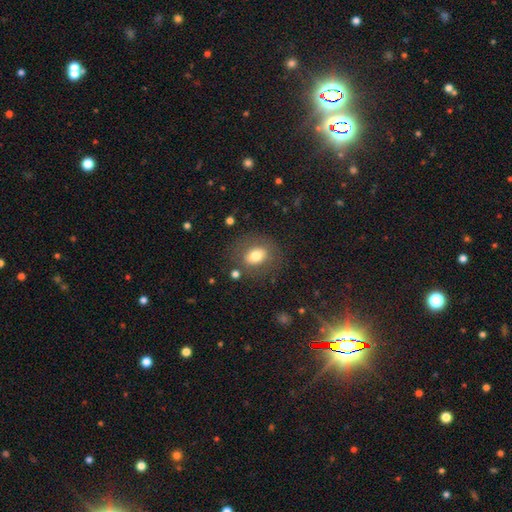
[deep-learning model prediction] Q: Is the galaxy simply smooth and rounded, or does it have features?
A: smooth — 71%.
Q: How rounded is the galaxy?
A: in between — 59%.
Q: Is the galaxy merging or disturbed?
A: none — 75%.